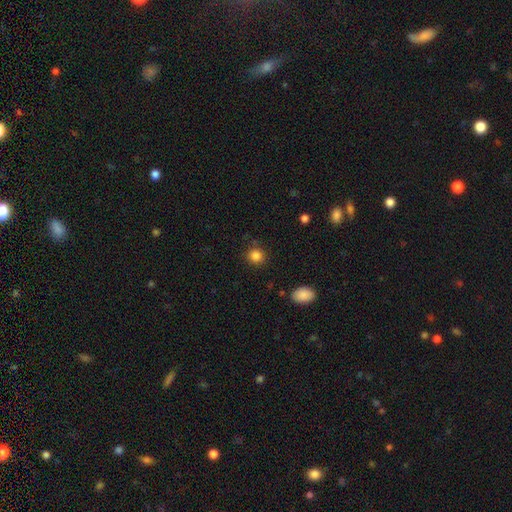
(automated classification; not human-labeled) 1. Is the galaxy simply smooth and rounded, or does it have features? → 85% smooth, 11% star or artifact, 4% featured or disk.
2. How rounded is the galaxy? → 87% round, 12% in between, 1% cigar-shaped.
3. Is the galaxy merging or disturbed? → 86% none, 9% minor disturbance, 3% major disturbance, 2% merger.